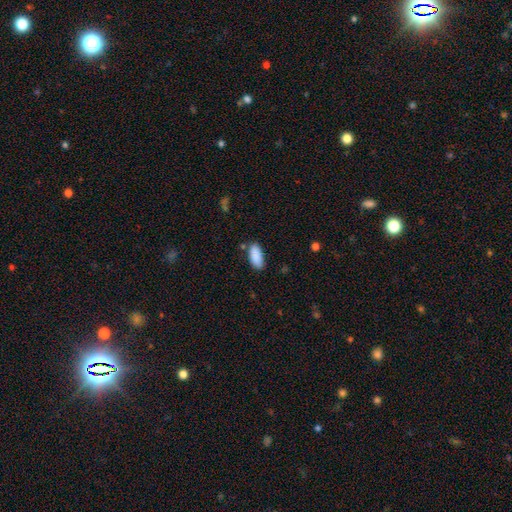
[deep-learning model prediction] Q: Smooth or featured?
A: smooth (90%); runner-up: star or artifact (6%)
Q: How rounded?
A: in between (86%); runner-up: cigar-shaped (12%)
Q: Merging?
A: none (80%); runner-up: minor disturbance (13%)